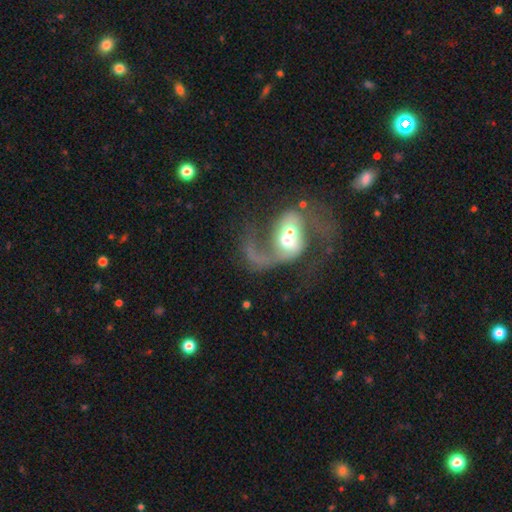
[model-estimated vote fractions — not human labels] Smooth or featured? Predicted: featured or disk (p=0.74). Edge-on disk? Predicted: no (p=0.97). Bar? Predicted: no (p=0.64). Spiral arms? Predicted: yes (p=0.82). Spiral winding? Predicted: loose (p=0.68). Spiral arm count? Predicted: 2 (p=0.47). Bulge size? Predicted: moderate (p=0.60). Merging? Predicted: merger (p=0.68).